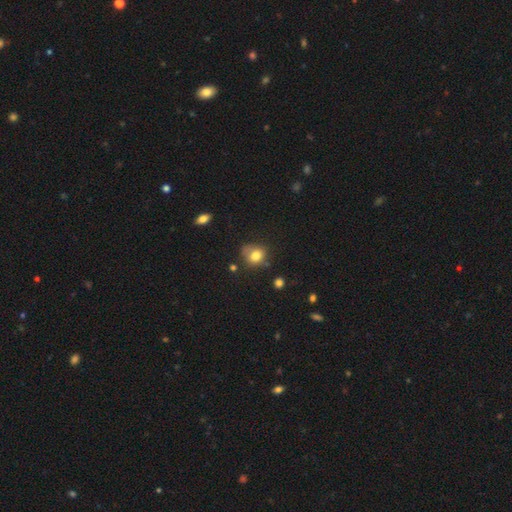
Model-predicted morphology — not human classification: type=smooth (78%); roundness=round (66%); merging=none (52%).